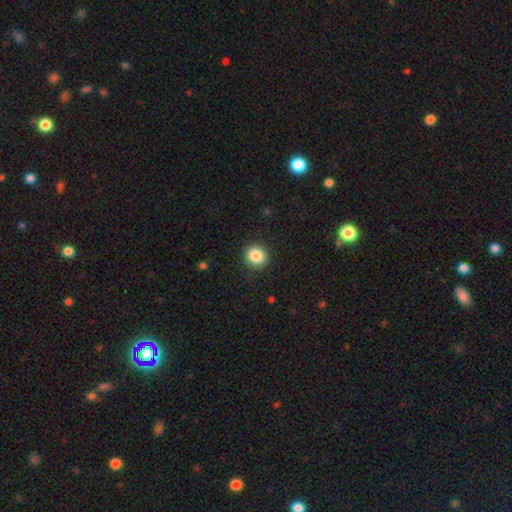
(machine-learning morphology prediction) This appears to be a smooth galaxy with no disk features (86%) that is round (88%). Merging: none (91%).